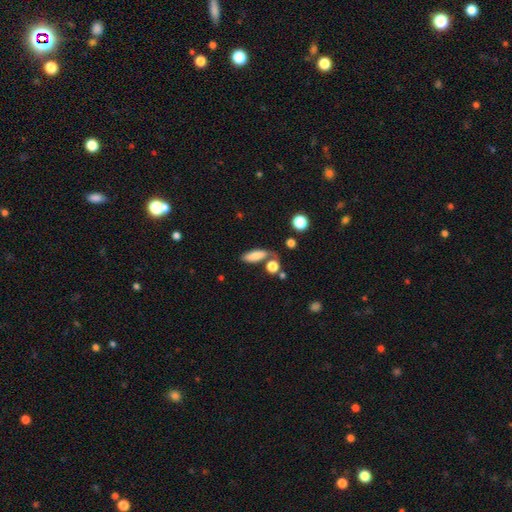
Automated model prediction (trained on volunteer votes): smooth-or-featured: smooth: 80% | featured or disk: 12% | star or artifact: 8%
  how-rounded: in between: 69% | cigar-shaped: 26% | round: 5%
  merging: none: 55% | minor disturbance: 19% | merger: 16% | major disturbance: 9%